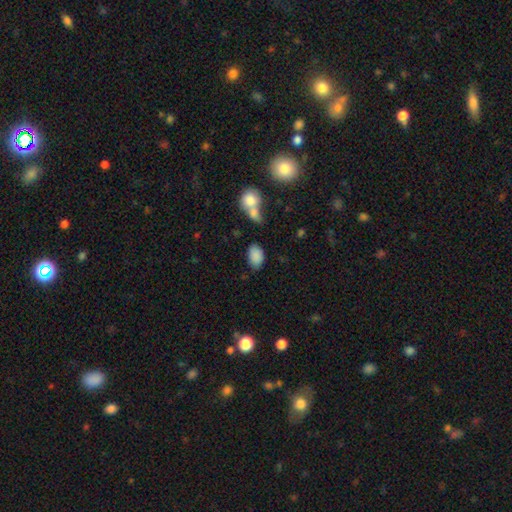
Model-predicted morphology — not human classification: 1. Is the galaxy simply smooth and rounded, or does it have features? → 88% smooth, 8% star or artifact, 5% featured or disk.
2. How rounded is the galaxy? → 90% in between, 9% round, 1% cigar-shaped.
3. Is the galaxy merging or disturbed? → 69% none, 16% minor disturbance, 10% merger, 5% major disturbance.